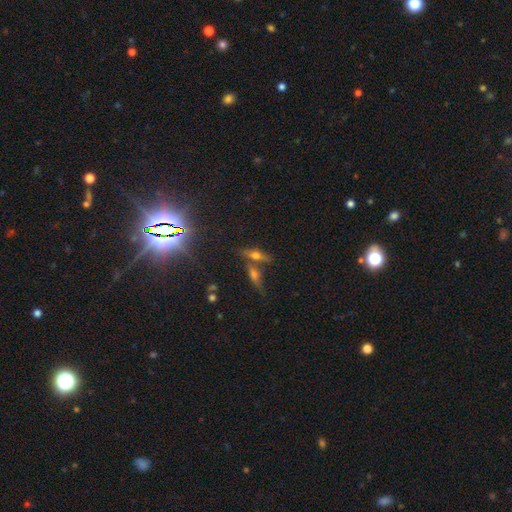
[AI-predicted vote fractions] A featured or disk galaxy (48%).

Vote fractions:
- Smooth or featured? featured or disk: 48% / smooth: 36% / star or artifact: 16%
- Merging? none: 57% / merger: 28% / minor disturbance: 10% / major disturbance: 4%